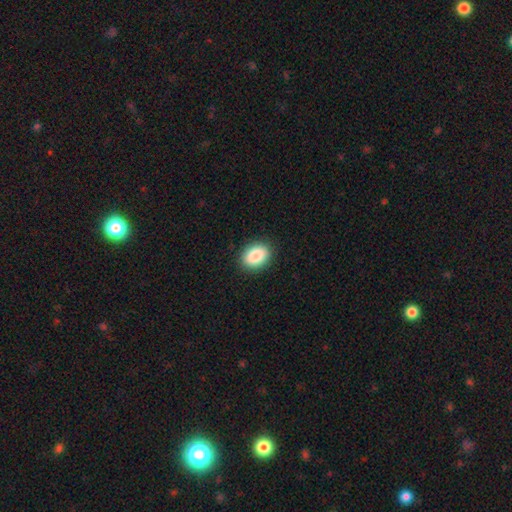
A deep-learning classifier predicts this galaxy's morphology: Q: Smooth or featured?
A: smooth (88%); runner-up: star or artifact (7%)
Q: How rounded?
A: in between (72%); runner-up: round (27%)
Q: Merging?
A: none (90%); runner-up: minor disturbance (7%)